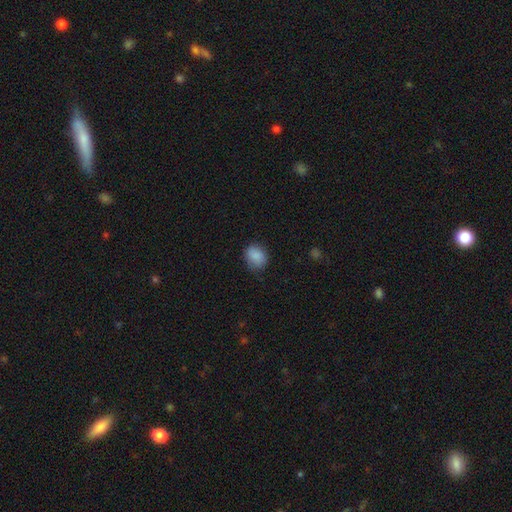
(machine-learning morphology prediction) Smooth or featured?
  - smooth: 87% *
  - star or artifact: 9%
  - featured or disk: 4%
How rounded?
  - round: 52% *
  - in between: 47%
  - cigar-shaped: 1%
Merging?
  - none: 75% *
  - minor disturbance: 20%
  - major disturbance: 4%
  - merger: 1%